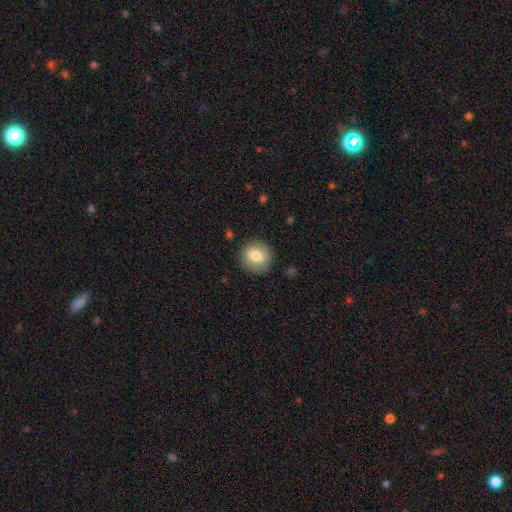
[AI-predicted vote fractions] smooth_or_featured: smooth (p=0.79) [alt: featured or disk p=0.13]
how_rounded: round (p=0.87) [alt: in between p=0.12]
merging: none (p=0.87) [alt: minor disturbance p=0.09]